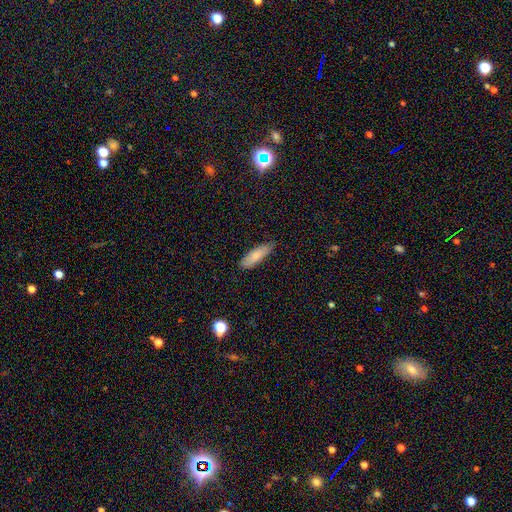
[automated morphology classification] Smooth or featured?
  - smooth: 80% *
  - featured or disk: 14%
  - star or artifact: 6%
How rounded?
  - in between: 55% *
  - cigar-shaped: 43%
  - round: 2%
Merging?
  - none: 78% *
  - minor disturbance: 18%
  - major disturbance: 3%
  - merger: 1%